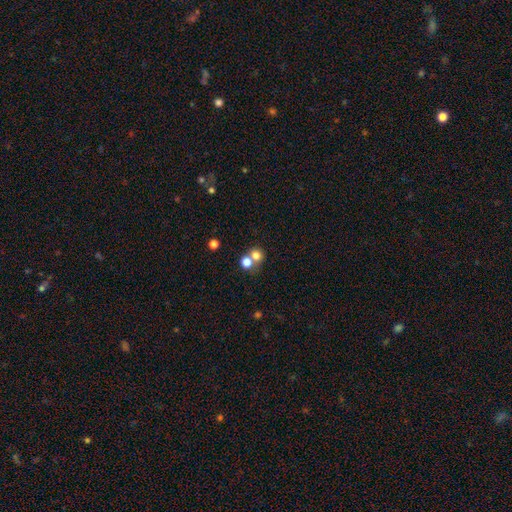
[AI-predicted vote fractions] A smooth galaxy with no disk features (75%) that is round (81%). Merging: merger (46%).